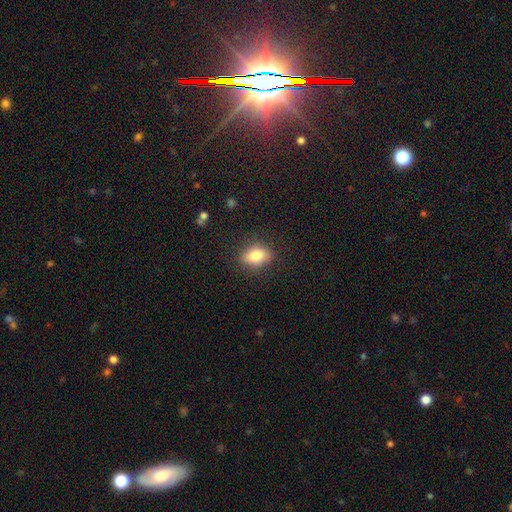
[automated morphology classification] Smooth or featured: smooth — 80% (featured or disk — 12%)
How rounded: in between — 77% (round — 20%)
Merging: none — 85% (minor disturbance — 11%)